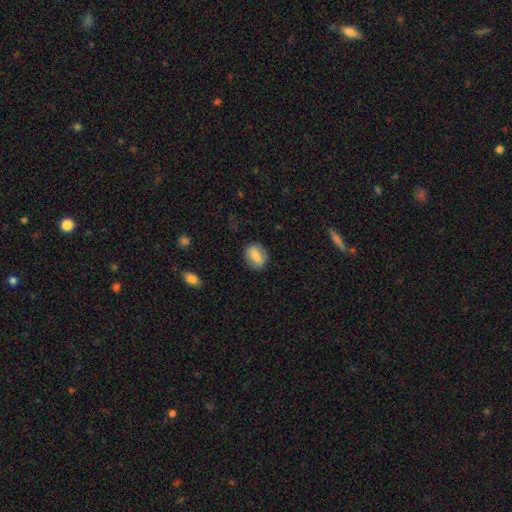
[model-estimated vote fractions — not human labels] This is likely a smooth galaxy (76%). How rounded: likely in between (65%). Merging: clearly none (83%).